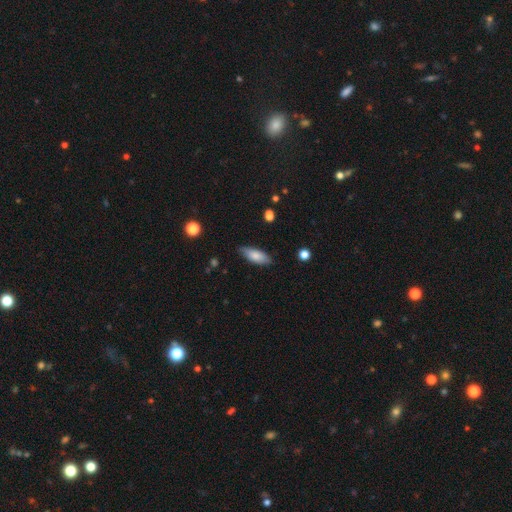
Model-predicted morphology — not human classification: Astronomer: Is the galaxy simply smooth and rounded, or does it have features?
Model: smooth — 79%.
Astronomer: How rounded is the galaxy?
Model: in between — 74%.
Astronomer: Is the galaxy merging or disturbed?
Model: none — 80%.